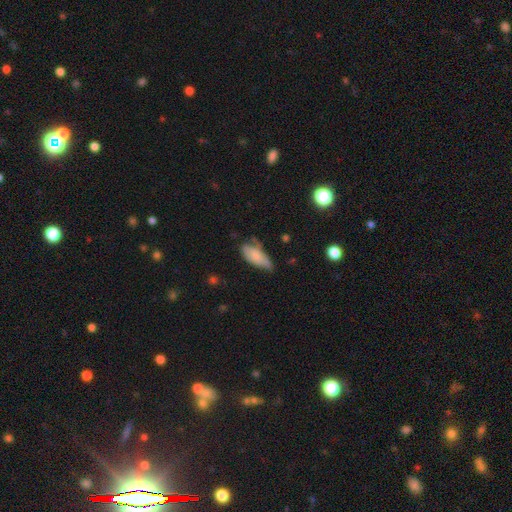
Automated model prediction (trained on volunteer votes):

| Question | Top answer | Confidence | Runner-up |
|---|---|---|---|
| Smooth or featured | smooth | 74% | featured or disk (19%) |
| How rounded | in between | 83% | cigar-shaped (15%) |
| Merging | minor disturbance | 42% | none (41%) |